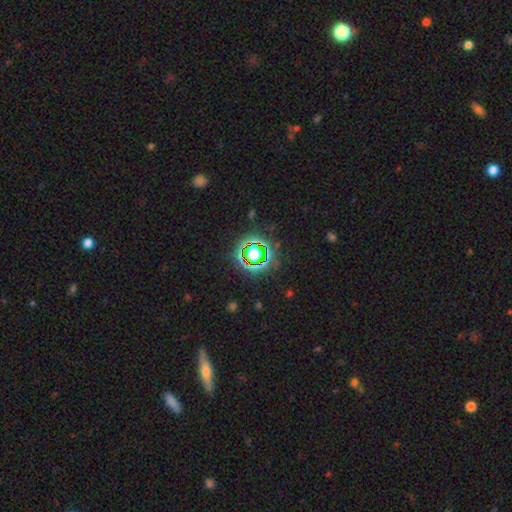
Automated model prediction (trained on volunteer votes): Smooth or featured: star or artifact — 69% (smooth — 20%)